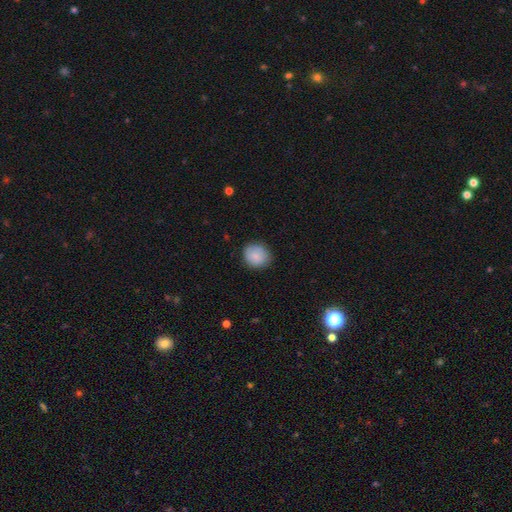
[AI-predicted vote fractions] Smooth or featured?
  - smooth: 84% *
  - featured or disk: 9%
  - star or artifact: 7%
How rounded?
  - round: 76% *
  - in between: 23%
  - cigar-shaped: 1%
Merging?
  - none: 82% *
  - minor disturbance: 14%
  - major disturbance: 3%
  - merger: 1%